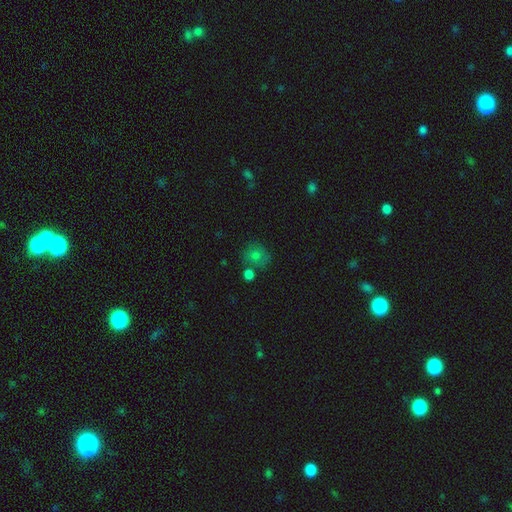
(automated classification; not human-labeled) Morphology: type=smooth (76%); roundness=round (77%); merging=none (61%).